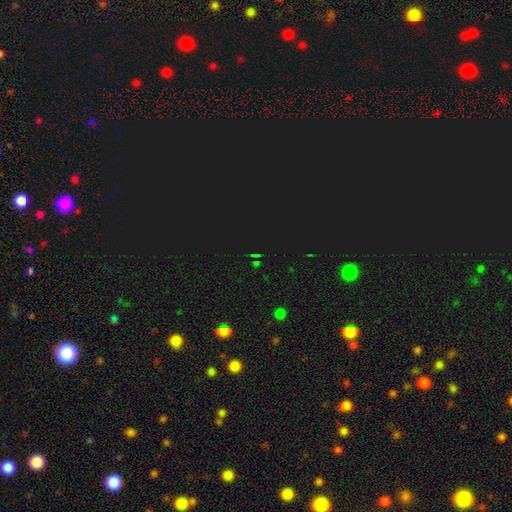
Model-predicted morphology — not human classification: Overall: star or artifact (77%).